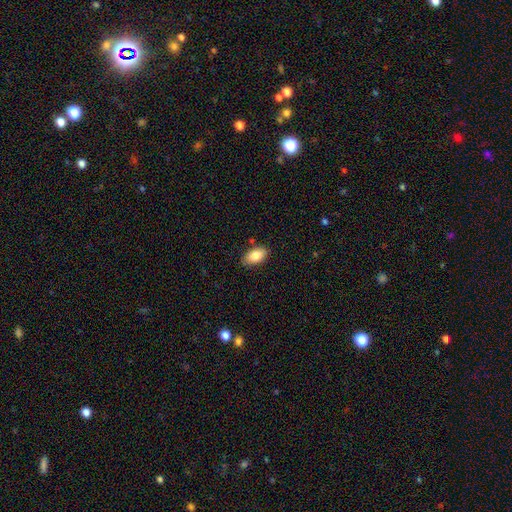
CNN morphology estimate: Smooth or featured?
  - smooth: 84% *
  - featured or disk: 9%
  - star or artifact: 7%
How rounded?
  - in between: 93% *
  - round: 4%
  - cigar-shaped: 3%
Merging?
  - none: 84% *
  - minor disturbance: 12%
  - major disturbance: 2%
  - merger: 2%